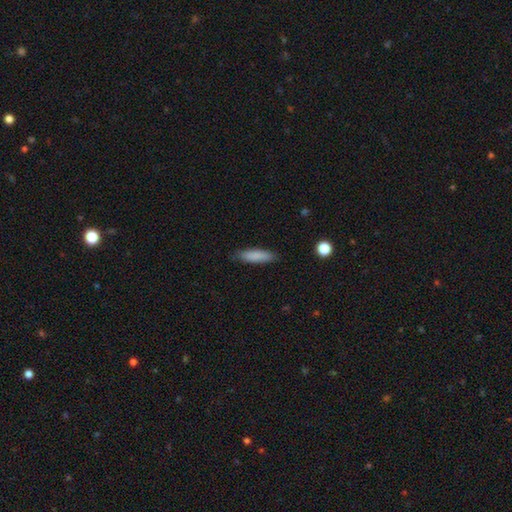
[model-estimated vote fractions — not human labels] Q: Smooth or featured?
A: smooth (85%); runner-up: featured or disk (9%)
Q: How rounded?
A: cigar-shaped (67%); runner-up: in between (31%)
Q: Merging?
A: none (85%); runner-up: minor disturbance (11%)